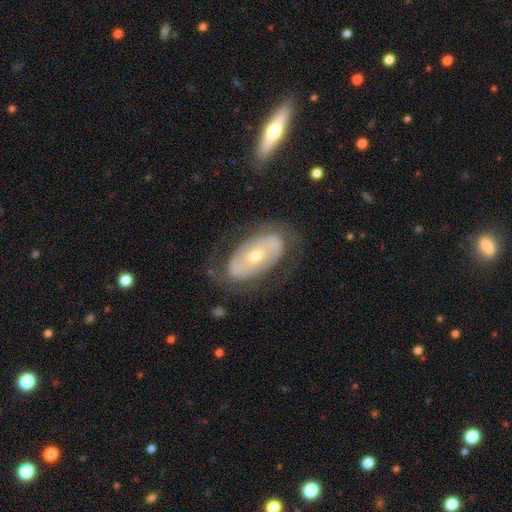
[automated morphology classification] featured or disk 75%, smooth 19%, star or artifact 6%. Down the decision tree: edge-on disk — no (93%); bar — no (52%); spiral arms — yes (63%); bulge size — small (52%); merging — none (70%).